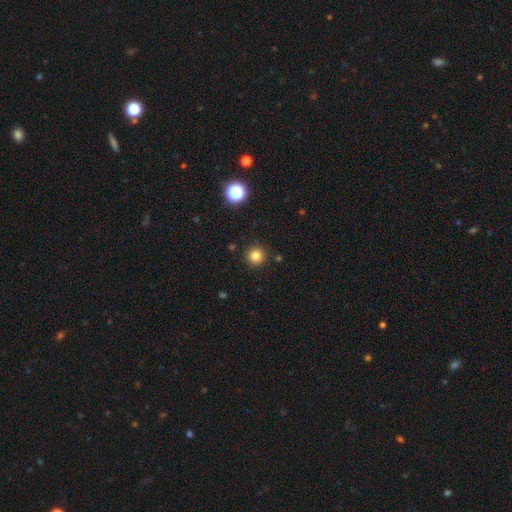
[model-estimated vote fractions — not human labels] Smooth or featured? smooth (81%)
How rounded? round (95%)
Merging? none (91%)